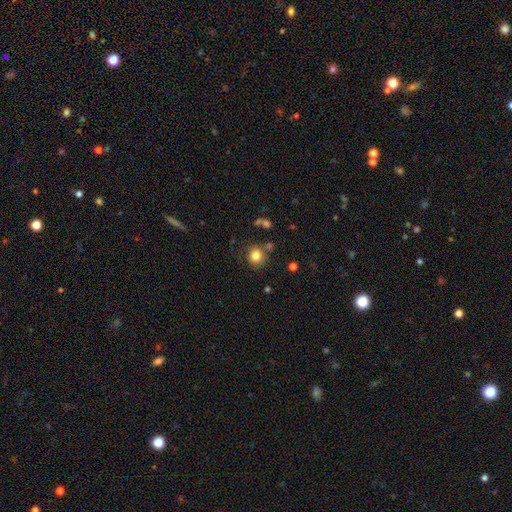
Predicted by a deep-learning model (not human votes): A smooth galaxy with no disk features (82%) that is round (88%). Merging: none (78%).